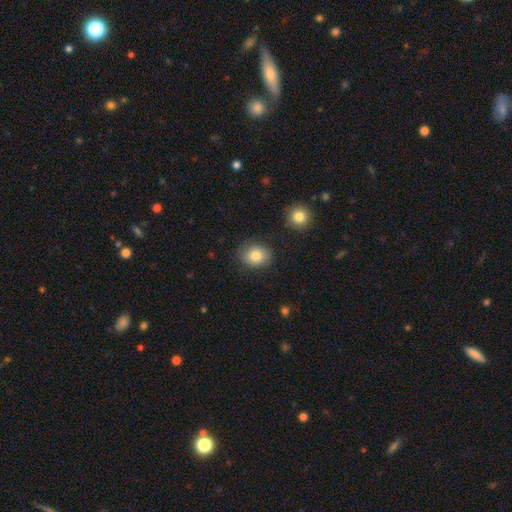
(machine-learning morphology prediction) Overall: smooth (83%). How rounded: round (65%; in between 34%). Merging: none (82%).